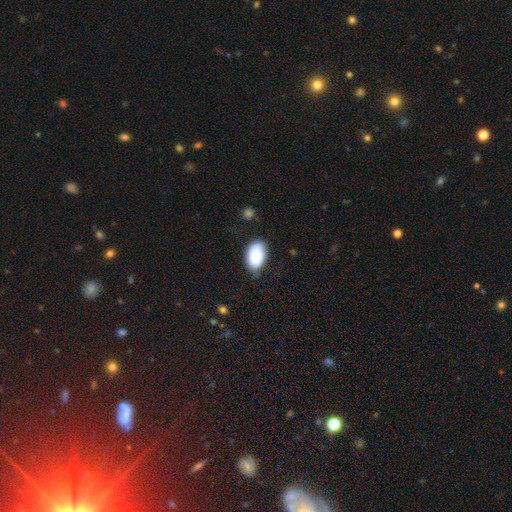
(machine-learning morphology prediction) smooth_or_featured: smooth (p=0.83) [alt: featured or disk p=0.11]
how_rounded: in between (p=0.93) [alt: round p=0.05]
merging: none (p=0.70) [alt: minor disturbance p=0.24]